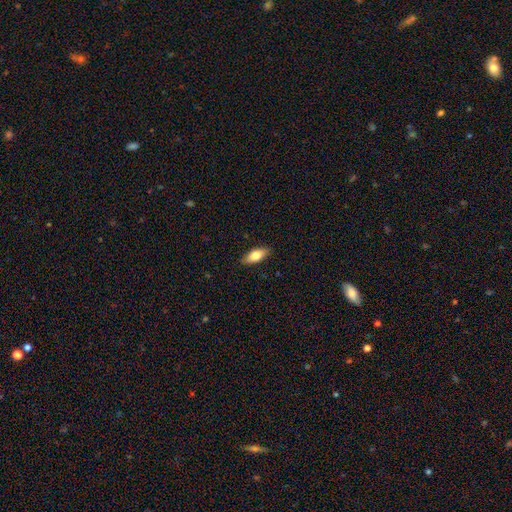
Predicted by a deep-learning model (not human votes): Smooth or featured?
  - smooth: 74% *
  - featured or disk: 19%
  - star or artifact: 6%
How rounded?
  - in between: 83% *
  - cigar-shaped: 14%
  - round: 3%
Merging?
  - none: 88% *
  - minor disturbance: 9%
  - major disturbance: 2%
  - merger: 1%